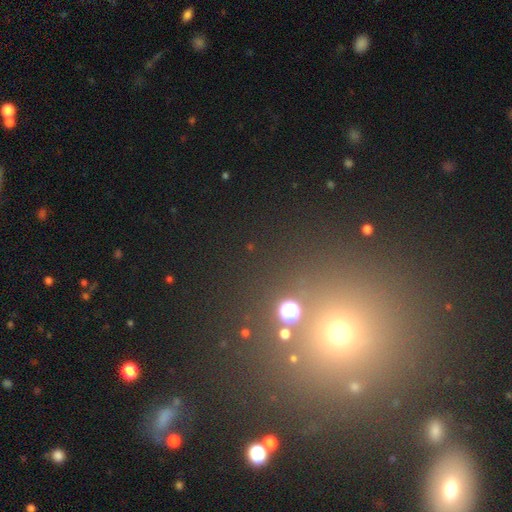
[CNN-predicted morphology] Q: Smooth or featured?
A: star or artifact (51%); runner-up: smooth (40%)